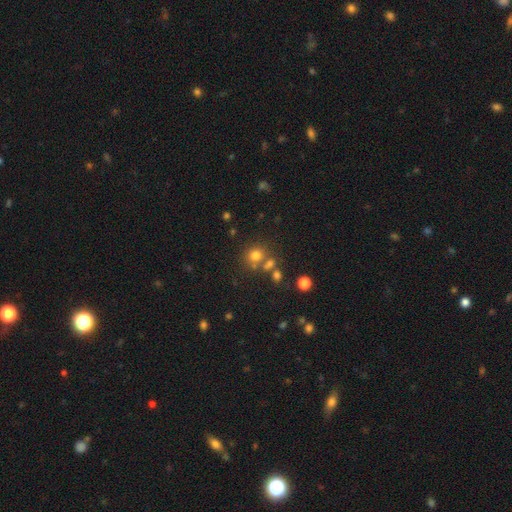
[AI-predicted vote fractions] smooth-or-featured: smooth: 72% | star or artifact: 19% | featured or disk: 9%
  how-rounded: round: 82% | in between: 18% | cigar-shaped: 1%
  merging: none: 63% | merger: 22% | minor disturbance: 11% | major disturbance: 5%